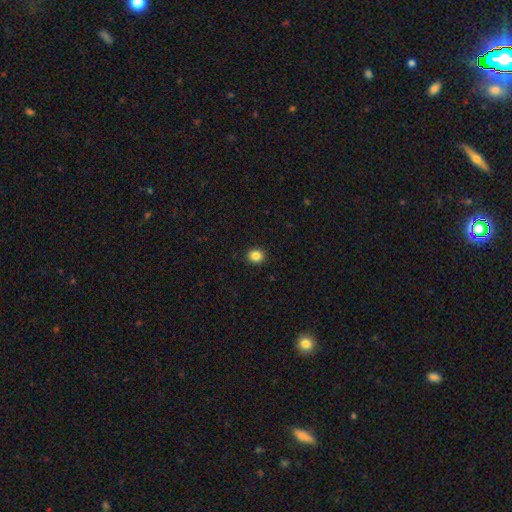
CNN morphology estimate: smooth 85%, star or artifact 11%, featured or disk 4%. Down the decision tree: how rounded — round (76%); merging — none (92%).